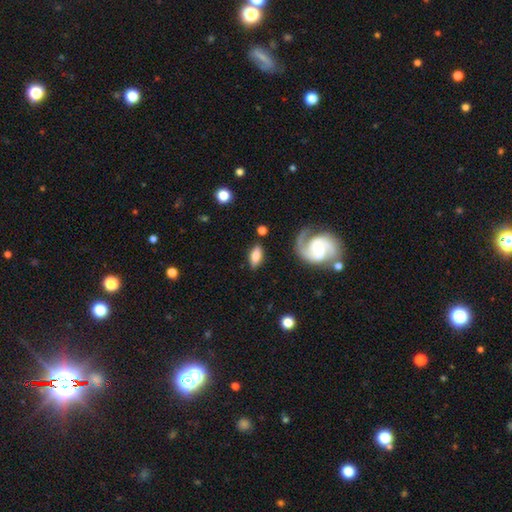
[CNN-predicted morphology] Smooth or featured? Predicted: smooth (p=0.64). How rounded? Predicted: in between (p=0.84). Merging? Predicted: none (p=0.80).